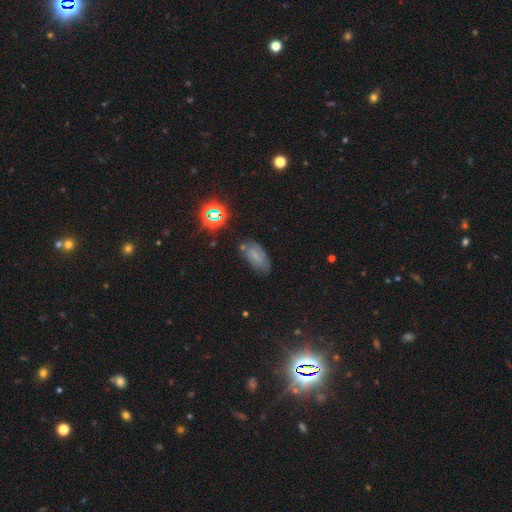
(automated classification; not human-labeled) The model was most divided on "smooth or featured": smooth: 53%, featured or disk: 29%, star or artifact: 18%. More confident: how rounded — in between (90%); merging — none (62%).